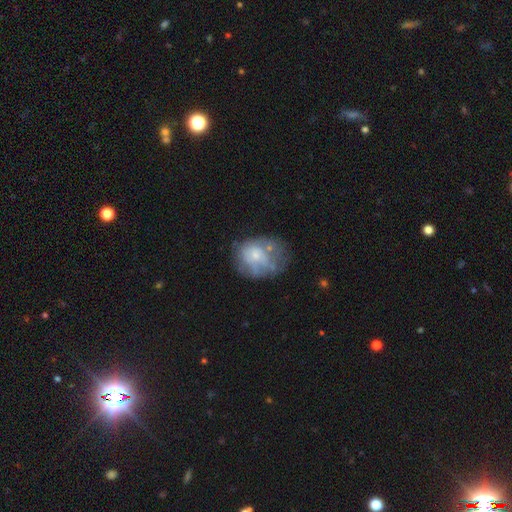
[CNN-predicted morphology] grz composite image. It shows a featured or disk galaxy (47%). Merging: none (39%).